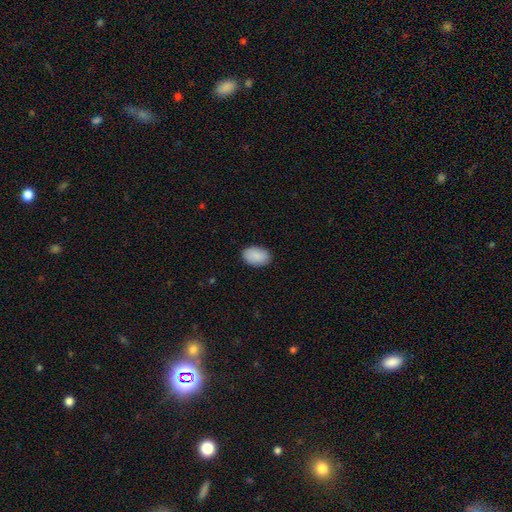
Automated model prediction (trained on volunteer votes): The model was most divided on "merging": none: 87%, minor disturbance: 10%, major disturbance: 2%, merger: 1%. More confident: how rounded — in between (90%); smooth or featured — smooth (90%).